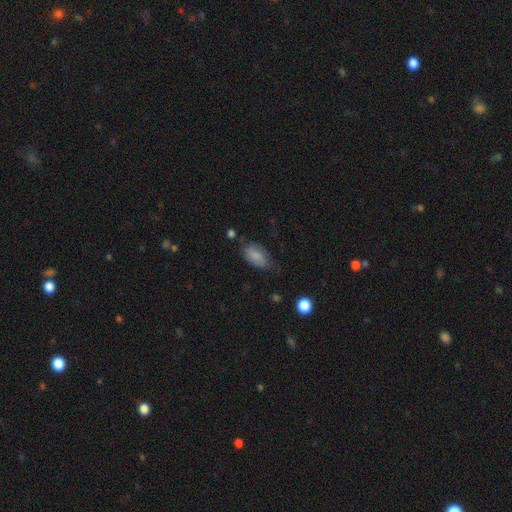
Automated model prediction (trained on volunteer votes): Q: Smooth or featured?
A: smooth (78%); runner-up: featured or disk (15%)
Q: How rounded?
A: in between (92%); runner-up: round (4%)
Q: Merging?
A: none (59%); runner-up: minor disturbance (30%)